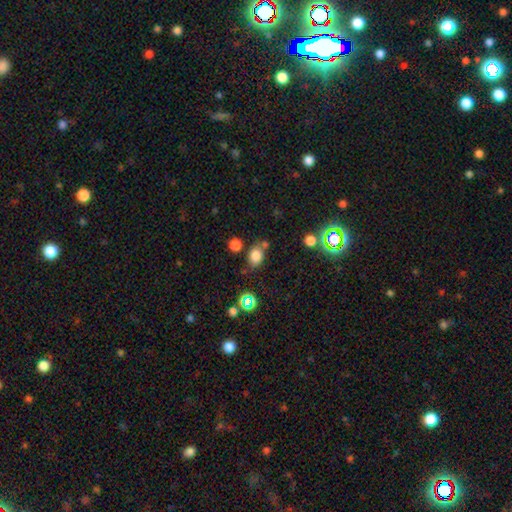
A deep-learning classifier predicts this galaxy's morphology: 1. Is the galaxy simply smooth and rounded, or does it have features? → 78% smooth, 15% star or artifact, 7% featured or disk.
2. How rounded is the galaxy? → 60% in between, 39% round, 1% cigar-shaped.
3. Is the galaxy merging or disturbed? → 65% none, 15% minor disturbance, 14% merger, 5% major disturbance.